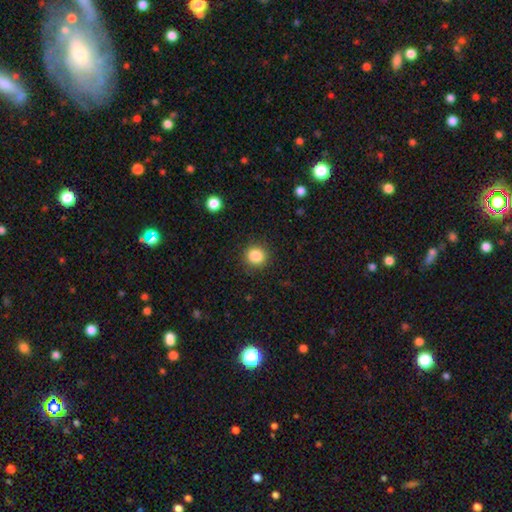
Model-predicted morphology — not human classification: This is clearly a smooth galaxy (86%). How rounded: clearly round (90%). Merging: clearly none (90%).